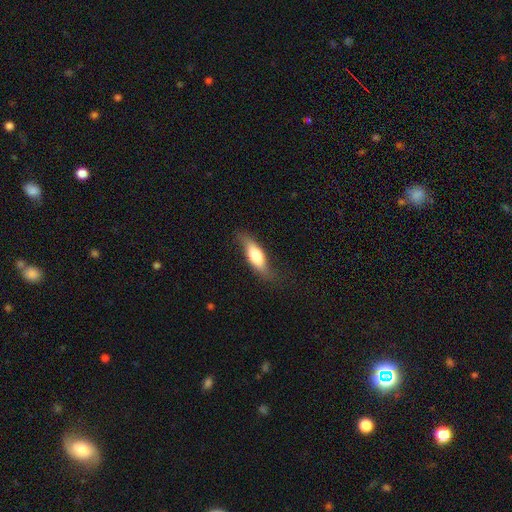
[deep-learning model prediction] smooth-or-featured: smooth: 57% | featured or disk: 37% | star or artifact: 6%
  how-rounded: in between: 55% | cigar-shaped: 42% | round: 3%
  merging: none: 70% | minor disturbance: 22% | major disturbance: 7% | merger: 1%